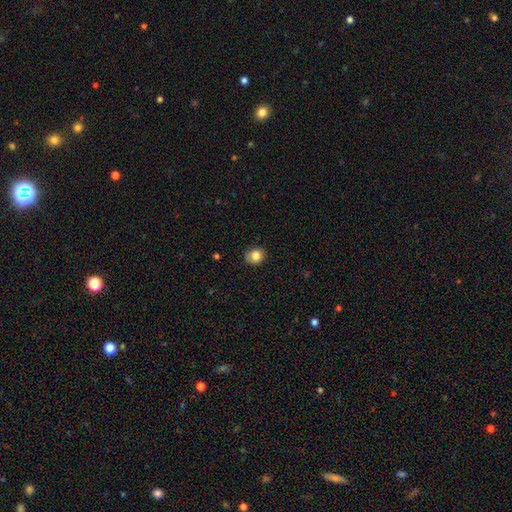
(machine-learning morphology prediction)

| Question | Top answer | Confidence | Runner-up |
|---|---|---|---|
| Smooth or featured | smooth | 83% | star or artifact (10%) |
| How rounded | round | 71% | in between (28%) |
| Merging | none | 80% | minor disturbance (16%) |